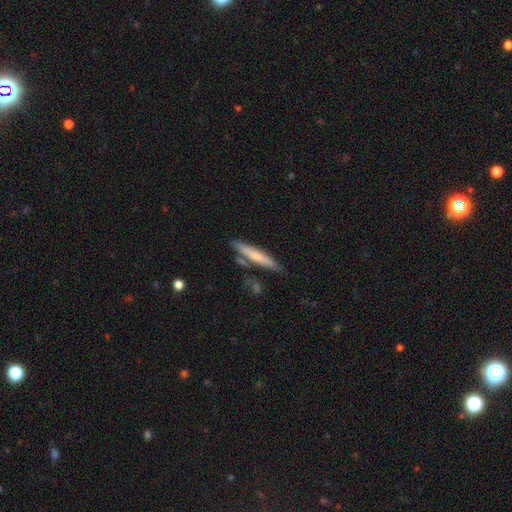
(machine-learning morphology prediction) Smooth or featured? Predicted: smooth (p=0.64). How rounded? Predicted: cigar-shaped (p=0.92). Merging? Predicted: none (p=0.76).